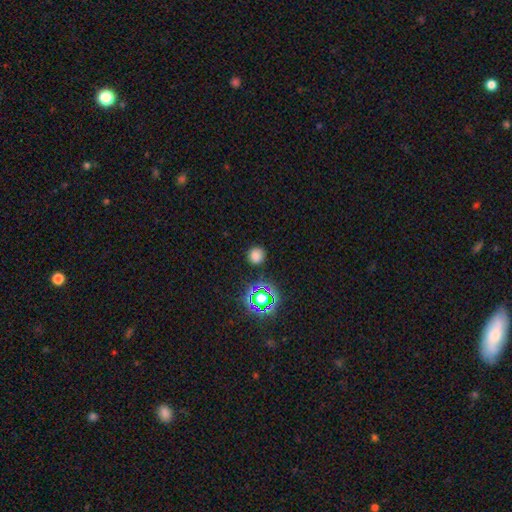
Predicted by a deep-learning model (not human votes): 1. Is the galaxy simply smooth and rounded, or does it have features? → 74% smooth, 21% star or artifact, 5% featured or disk.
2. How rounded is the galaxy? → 92% round, 7% in between, 1% cigar-shaped.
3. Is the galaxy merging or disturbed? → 87% none, 8% minor disturbance, 3% major disturbance, 2% merger.